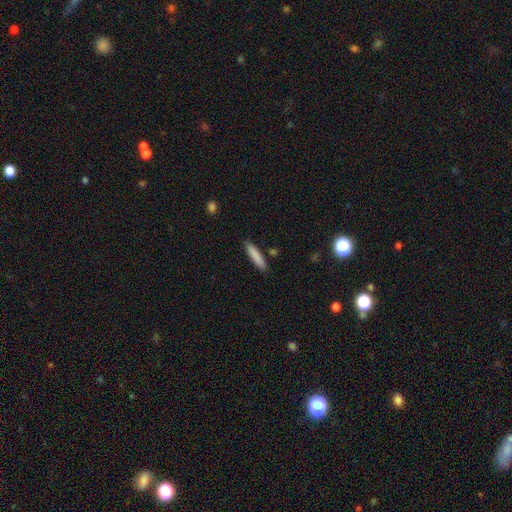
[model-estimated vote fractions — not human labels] Smooth or featured? smooth (85%)
How rounded? cigar-shaped (85%)
Merging? none (86%)